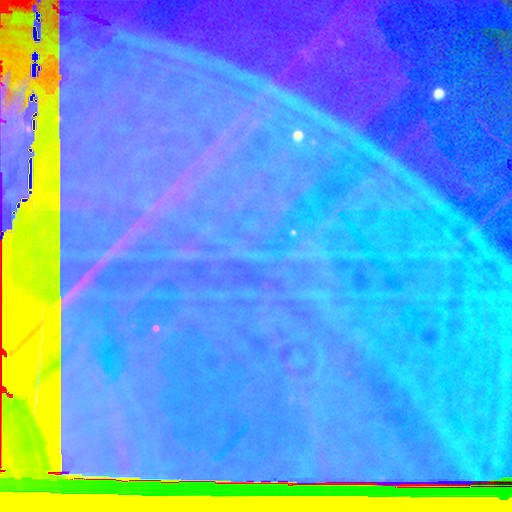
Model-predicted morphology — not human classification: This appears to be a star or artifact, not a galaxy (85%).